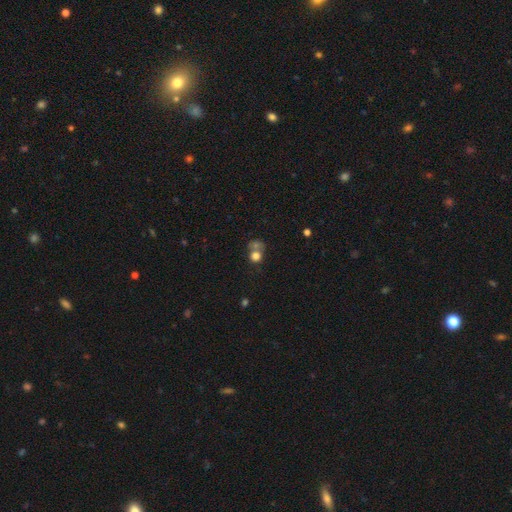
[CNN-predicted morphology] type=smooth (72%); roundness=round (77%); merging=merger (44%).